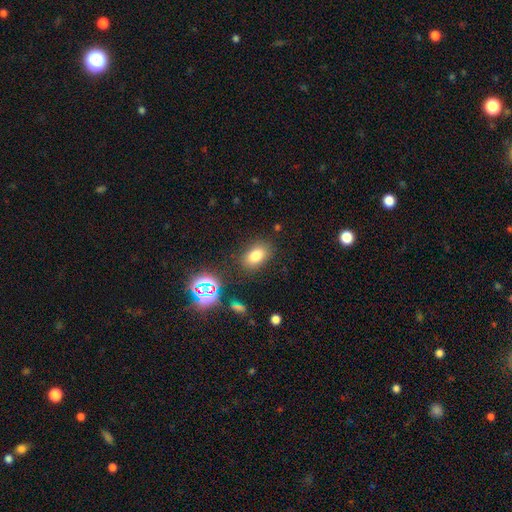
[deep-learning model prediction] Overall: smooth (76%). How rounded: in between (81%). Merging: none (82%).